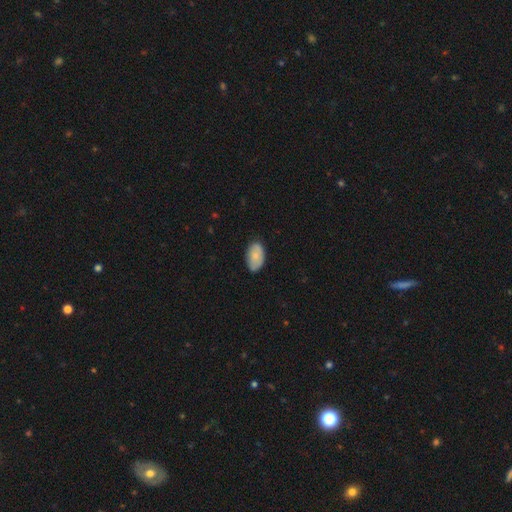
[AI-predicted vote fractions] Smooth or featured? smooth (78%)
How rounded? in between (93%)
Merging? none (80%)